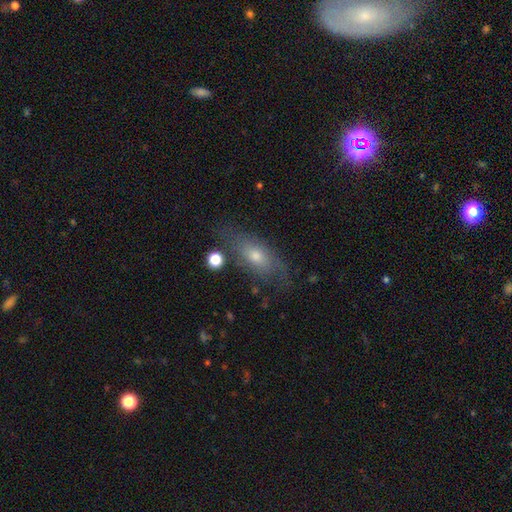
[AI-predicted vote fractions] Smooth or featured? smooth (49%)
Merging? none (66%)